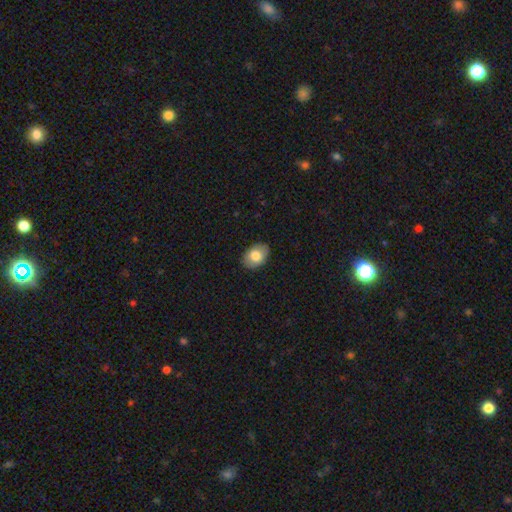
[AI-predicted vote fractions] The model was most divided on "how rounded": in between: 78%, round: 21%, cigar-shaped: 1%. More confident: merging — none (87%); smooth or featured — smooth (80%).